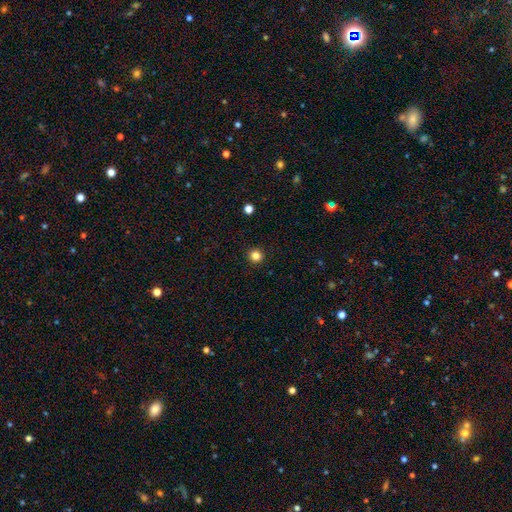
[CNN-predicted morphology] A smooth galaxy with no disk features (84%) that is round (93%). Merging: none (92%).